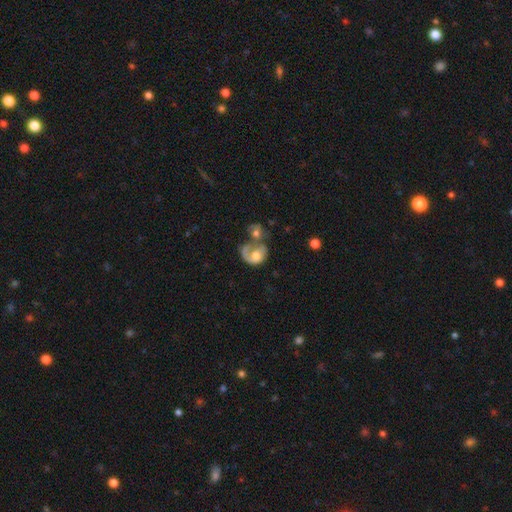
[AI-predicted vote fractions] smooth_or_featured: featured or disk (p=0.62) [alt: smooth p=0.32]
disk_edge_on: no (p=0.97) [alt: yes p=0.03]
bar: no (p=0.77) [alt: weak p=0.19]
has_spiral_arms: yes (p=0.72) [alt: no p=0.28]
bulge_size: moderate (p=0.63) [alt: large p=0.19]
merging: merger (p=0.54) [alt: major disturbance p=0.20]